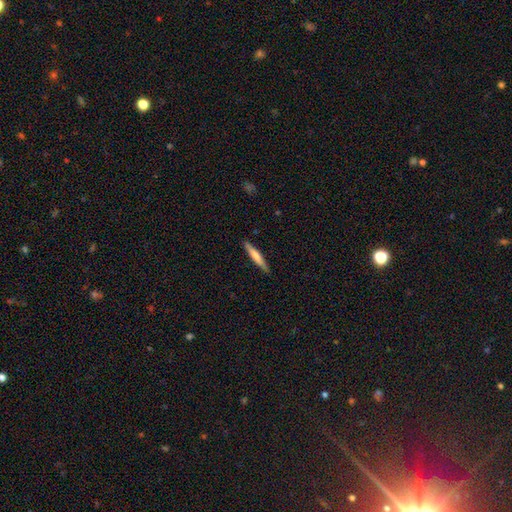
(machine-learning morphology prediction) Q: Smooth or featured?
A: smooth (60%); runner-up: featured or disk (34%)
Q: How rounded?
A: cigar-shaped (93%); runner-up: in between (5%)
Q: Merging?
A: none (90%); runner-up: minor disturbance (8%)